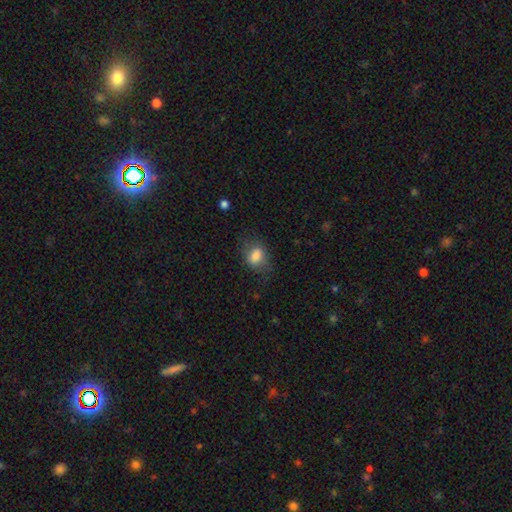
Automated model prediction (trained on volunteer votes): The model was most divided on "how rounded": in between: 67%, round: 31%, cigar-shaped: 2%. More confident: smooth or featured — smooth (81%); merging — none (63%).